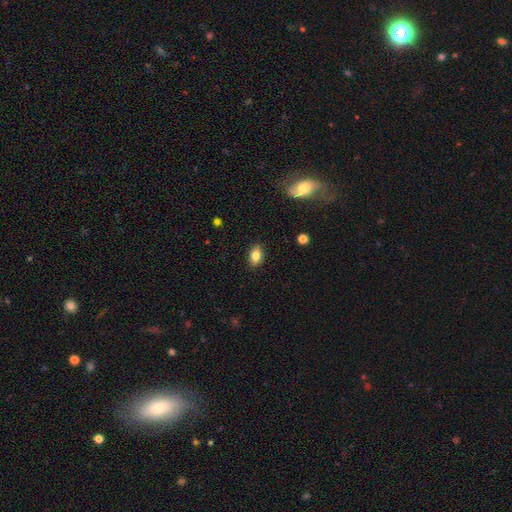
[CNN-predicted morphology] smooth_or_featured: smooth (p=0.82) [alt: featured or disk p=0.10]
how_rounded: in between (p=0.87) [alt: round p=0.10]
merging: none (p=0.87) [alt: minor disturbance p=0.10]